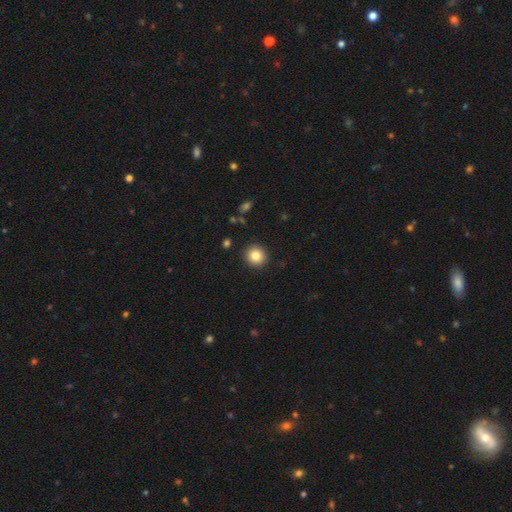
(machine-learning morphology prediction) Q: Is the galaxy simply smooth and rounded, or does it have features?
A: smooth — 84%.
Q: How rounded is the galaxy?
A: round — 92%.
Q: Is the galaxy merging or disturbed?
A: none — 92%.